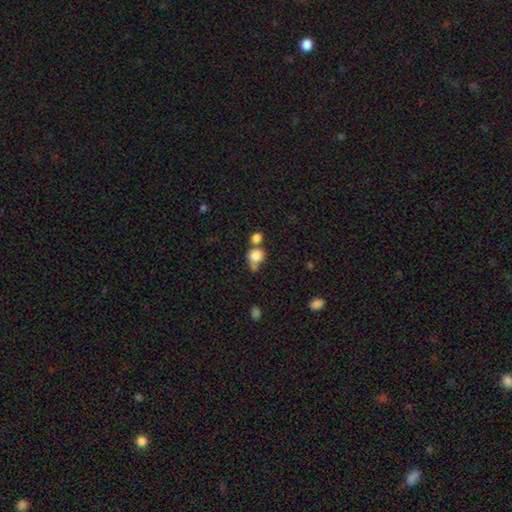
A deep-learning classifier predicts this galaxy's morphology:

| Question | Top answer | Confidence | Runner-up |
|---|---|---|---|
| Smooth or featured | smooth | 81% | star or artifact (10%) |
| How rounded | round | 69% | in between (30%) |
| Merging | merger | 45% | none (35%) |